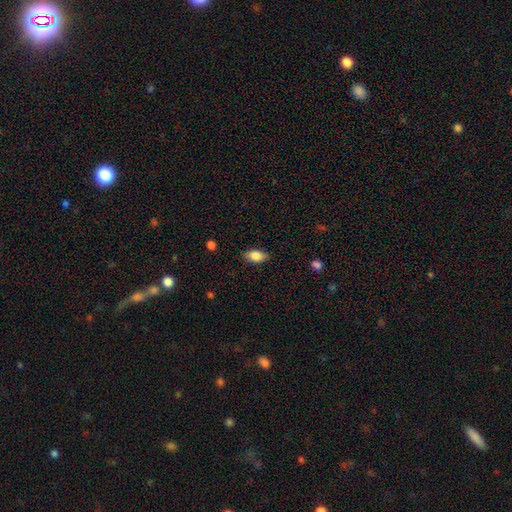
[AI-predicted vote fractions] A smooth galaxy with no disk features (80%) that is in between round and cigar-shaped (88%).

Vote fractions:
- Smooth or featured? smooth: 80% / featured or disk: 13% / star or artifact: 7%
- How rounded? in between: 88% / cigar-shaped: 8% / round: 5%
- Merging? none: 85% / minor disturbance: 11% / major disturbance: 2% / merger: 1%